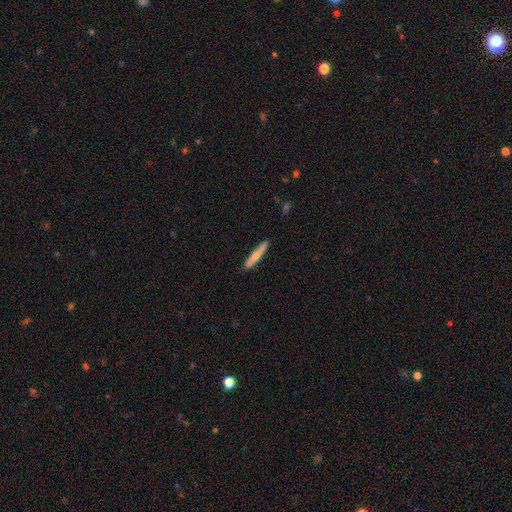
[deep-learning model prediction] Morphology: type=smooth (67%); roundness=cigar-shaped (92%); merging=none (87%).